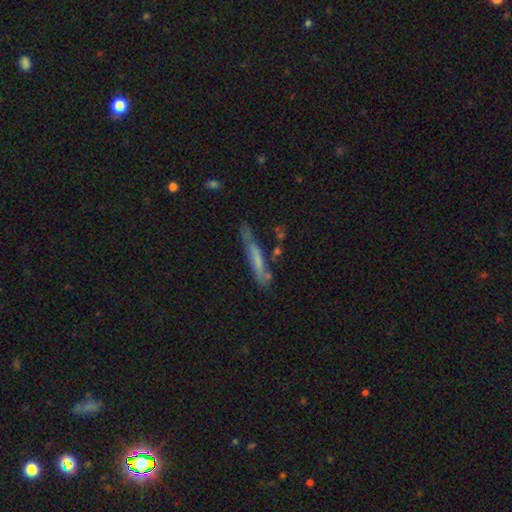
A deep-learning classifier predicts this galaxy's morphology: smooth-or-featured: featured or disk: 44% | smooth: 43% | star or artifact: 13%
  merging: none: 71% | minor disturbance: 18% | major disturbance: 6% | merger: 5%